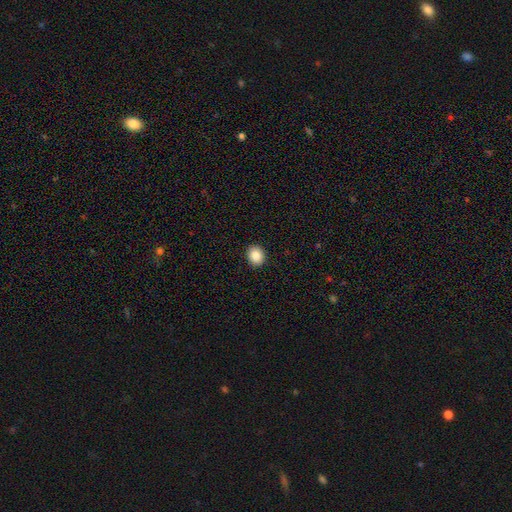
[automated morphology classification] Smooth or featured? Predicted: smooth (p=0.86). How rounded? Predicted: round (p=0.65). Merging? Predicted: none (p=0.92).